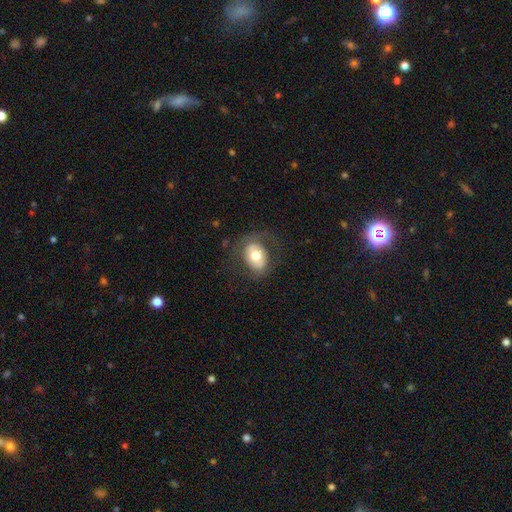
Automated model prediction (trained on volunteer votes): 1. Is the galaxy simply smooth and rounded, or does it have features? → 58% smooth, 34% featured or disk, 8% star or artifact.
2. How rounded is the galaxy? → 59% in between, 40% round, 1% cigar-shaped.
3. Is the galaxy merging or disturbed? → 69% none, 17% minor disturbance, 13% major disturbance, 1% merger.